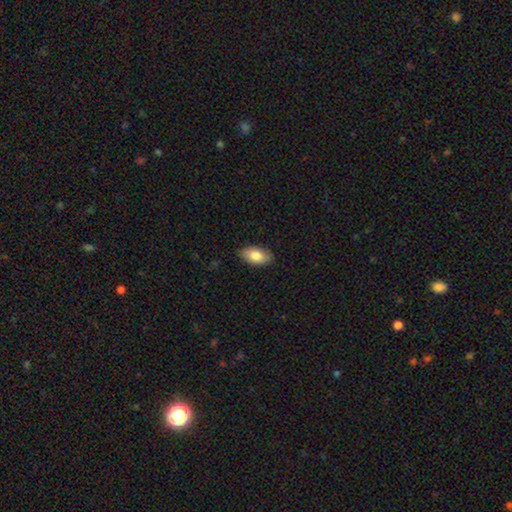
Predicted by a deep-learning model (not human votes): Q: Smooth or featured?
A: smooth (82%); runner-up: featured or disk (12%)
Q: How rounded?
A: in between (94%); runner-up: round (4%)
Q: Merging?
A: none (88%); runner-up: minor disturbance (9%)